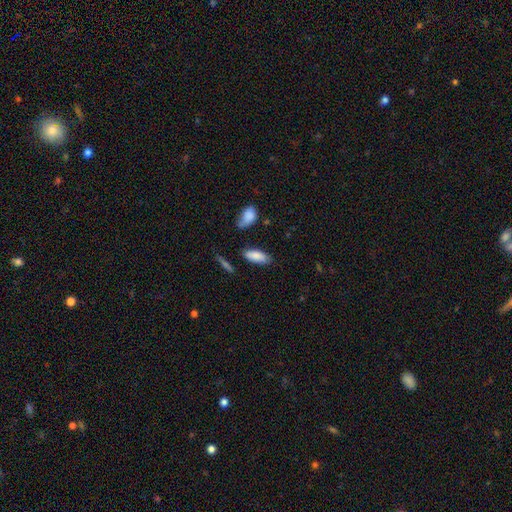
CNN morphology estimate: smooth_or_featured: smooth (p=0.84) [alt: featured or disk p=0.10]
how_rounded: in between (p=0.80) [alt: cigar-shaped p=0.18]
merging: none (p=0.74) [alt: minor disturbance p=0.18]